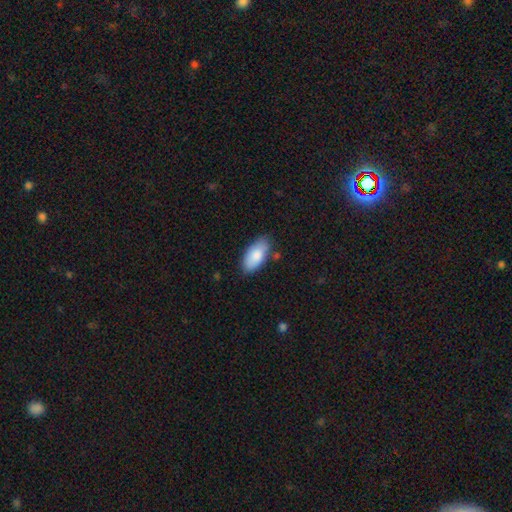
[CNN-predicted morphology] Smooth or featured? smooth (84%)
How rounded? in between (92%)
Merging? none (77%)